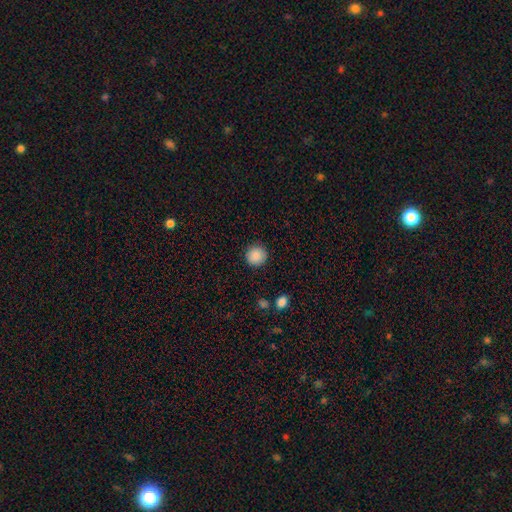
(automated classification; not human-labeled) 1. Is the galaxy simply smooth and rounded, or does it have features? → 88% smooth, 8% star or artifact, 3% featured or disk.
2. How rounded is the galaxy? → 94% round, 5% in between, 1% cigar-shaped.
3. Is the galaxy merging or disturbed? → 91% none, 6% minor disturbance, 2% major disturbance, 1% merger.